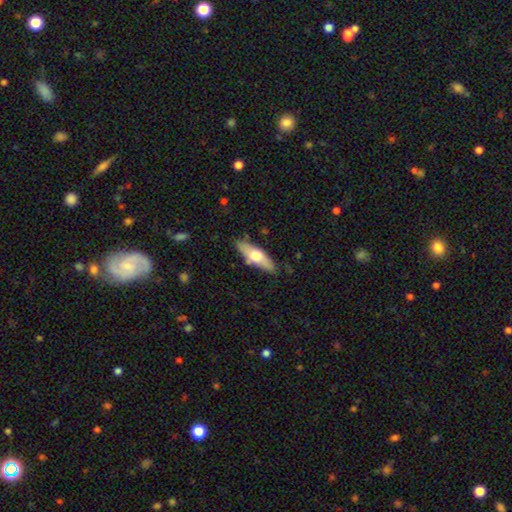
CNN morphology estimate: smooth-or-featured: smooth: 54% | featured or disk: 41% | star or artifact: 5%
  how-rounded: in between: 50% | cigar-shaped: 48% | round: 2%
  merging: none: 82% | minor disturbance: 12% | major disturbance: 3% | merger: 2%